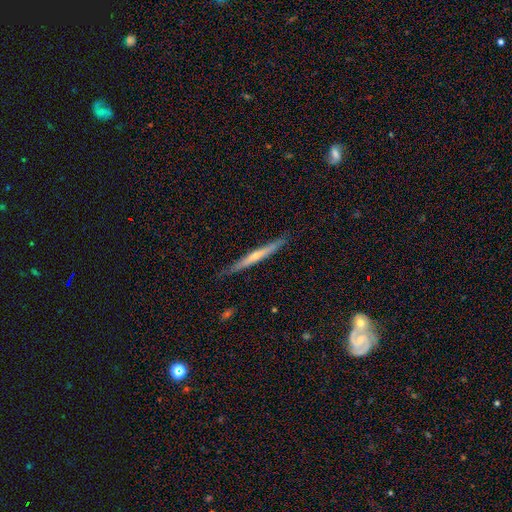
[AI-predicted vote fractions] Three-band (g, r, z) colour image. It shows a featured or disk galaxy (60%) viewed edge-on (96%) with a rounded central bulge (52%). Merging: none (87%).